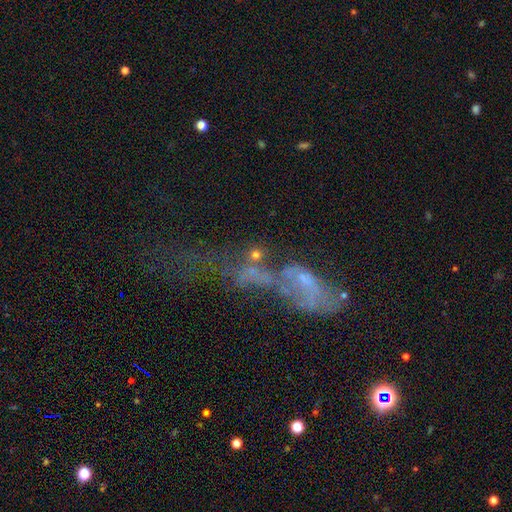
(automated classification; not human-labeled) A featured or disk galaxy (43%).

Vote fractions:
- Smooth or featured? featured or disk: 43% / smooth: 32% / star or artifact: 25%
- Merging? merger: 44% / major disturbance: 29% / none: 17% / minor disturbance: 9%